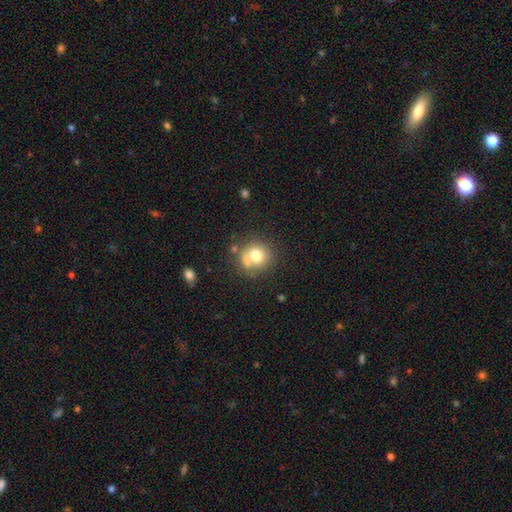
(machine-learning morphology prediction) Smooth or featured?
  - smooth: 74% *
  - featured or disk: 15%
  - star or artifact: 10%
How rounded?
  - round: 87% *
  - in between: 12%
  - cigar-shaped: 1%
Merging?
  - none: 61% *
  - minor disturbance: 19%
  - merger: 11%
  - major disturbance: 9%